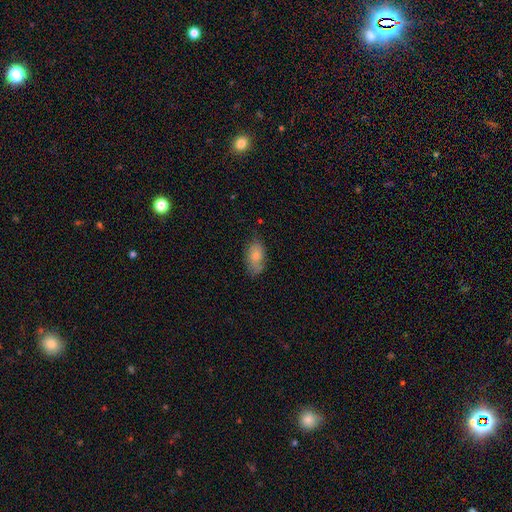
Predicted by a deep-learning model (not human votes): Morphology: type=smooth (73%); roundness=in between (92%); merging=none (64%).